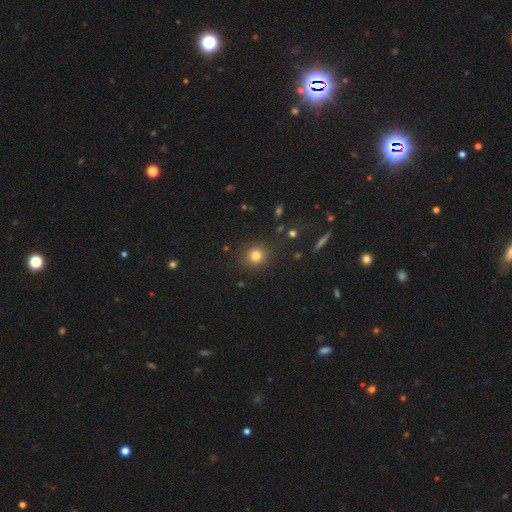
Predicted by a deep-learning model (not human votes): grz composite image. It shows a smooth galaxy with no disk features (79%) that is round (90%). Merging: none (89%).